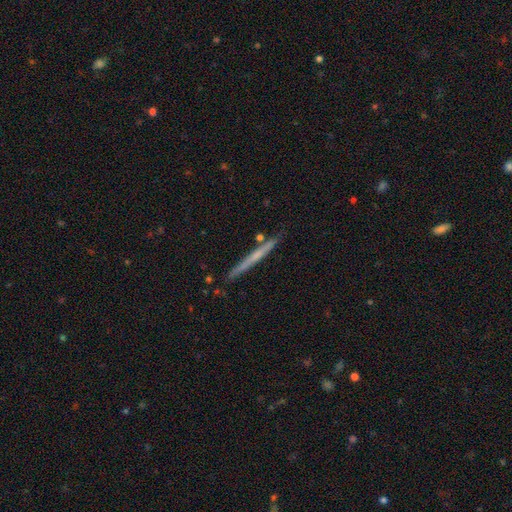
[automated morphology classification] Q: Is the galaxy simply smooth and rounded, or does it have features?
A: featured or disk — 56%.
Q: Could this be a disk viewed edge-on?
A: yes — 97%.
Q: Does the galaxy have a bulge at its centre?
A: none — 79%.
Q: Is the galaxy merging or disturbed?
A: none — 87%.